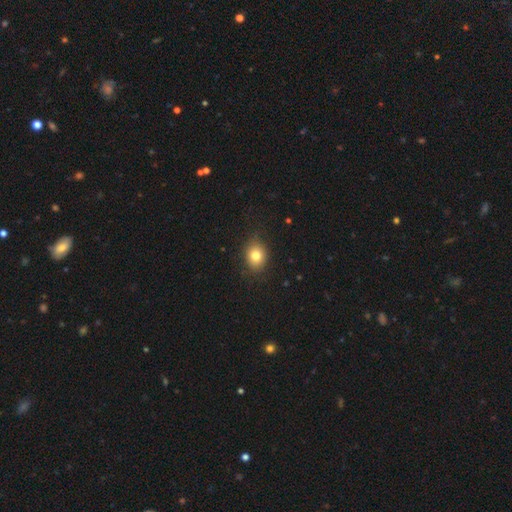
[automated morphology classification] Overall: smooth (80%). How rounded: round (56%; in between 43%). Merging: none (82%).